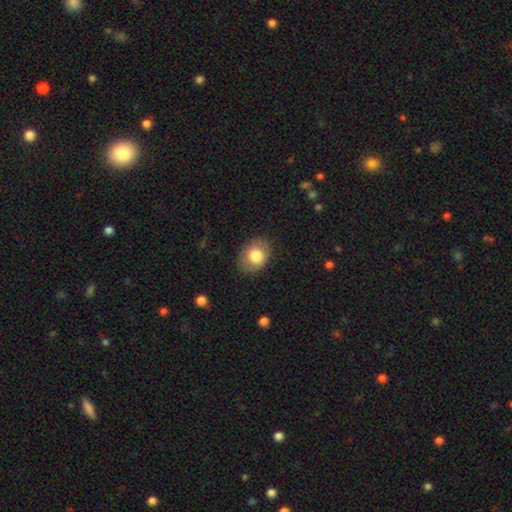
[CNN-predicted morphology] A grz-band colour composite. It shows a smooth galaxy with no disk features (79%) that is in between round and cigar-shaped (59%). Merging: none (83%).